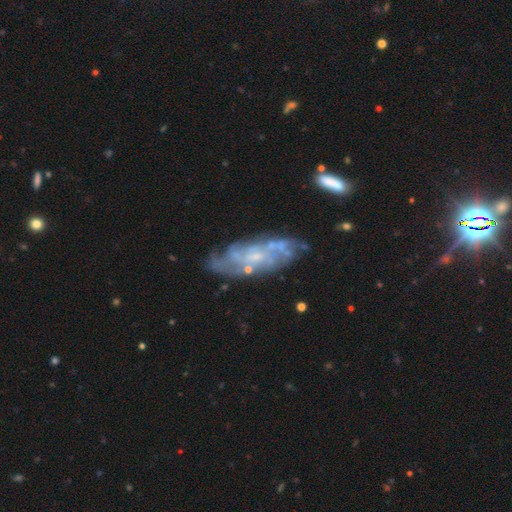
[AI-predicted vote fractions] Smooth or featured? featured or disk (81%)
Edge-on disk? no (88%)
Bar? no (64%)
Spiral arms? yes (88%)
Spiral winding? tight (51%)
Spiral arm count? can't tell (47%)
Bulge size? small (69%)
Merging? none (72%)